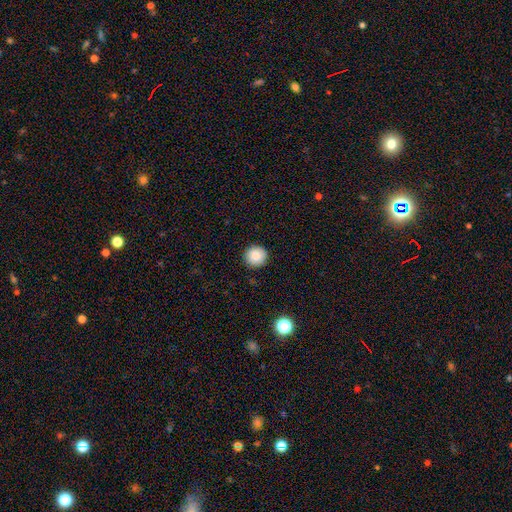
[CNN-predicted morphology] A smooth galaxy with no disk features (86%) that is round (94%).

Vote fractions:
- Smooth or featured? smooth: 86% / star or artifact: 9% / featured or disk: 5%
- How rounded? round: 94% / in between: 5% / cigar-shaped: 1%
- Merging? none: 92% / minor disturbance: 6% / major disturbance: 2% / merger: 1%